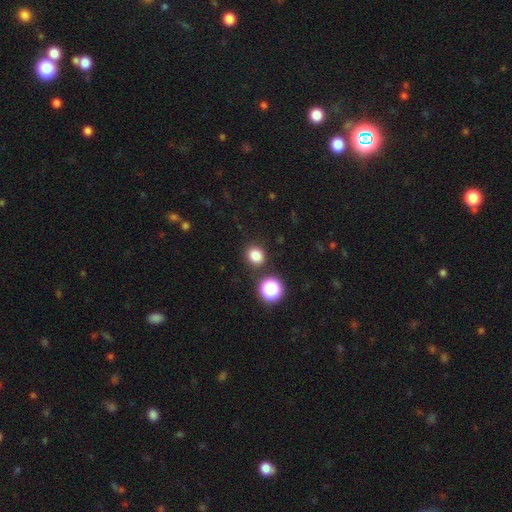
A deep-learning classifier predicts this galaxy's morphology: Overall: smooth (80%). How rounded: round (76%). Merging: none (86%).